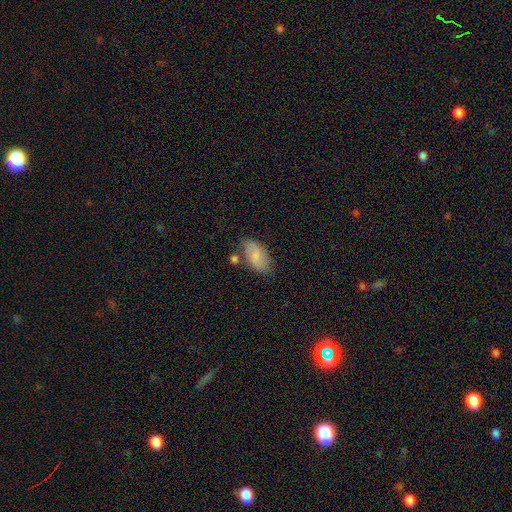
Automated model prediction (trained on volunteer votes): smooth_or_featured: smooth (p=0.72) [alt: featured or disk p=0.21]
how_rounded: in between (p=0.93) [alt: round p=0.04]
merging: none (p=0.68) [alt: minor disturbance p=0.19]